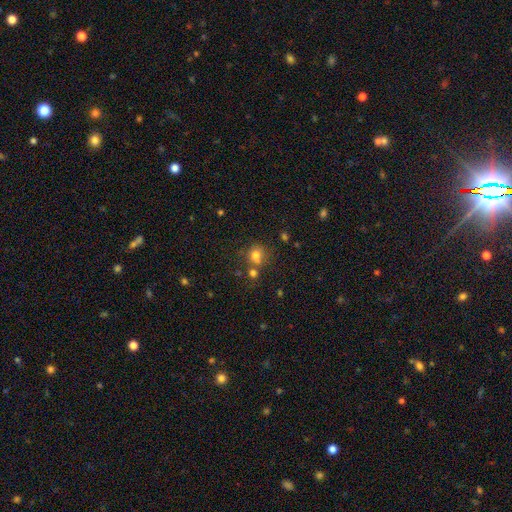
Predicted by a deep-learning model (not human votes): smooth-or-featured: smooth: 75% | star or artifact: 15% | featured or disk: 10%
  how-rounded: round: 78% | in between: 21% | cigar-shaped: 1%
  merging: none: 54% | merger: 29% | minor disturbance: 12% | major disturbance: 5%